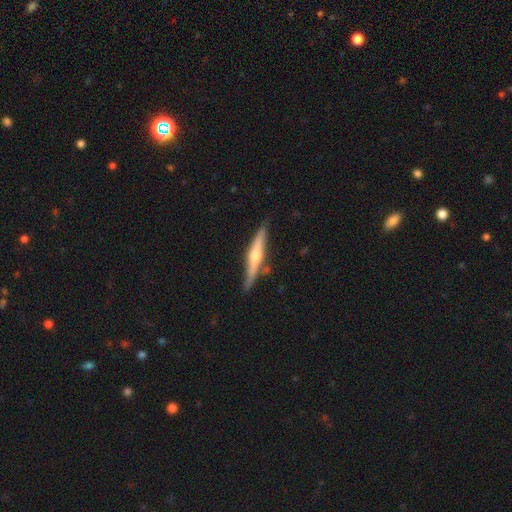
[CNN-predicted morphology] smooth_or_featured: featured or disk (p=0.70) [alt: smooth p=0.25]
disk_edge_on: yes (p=0.96) [alt: no p=0.04]
edge_on_bulge: rounded (p=0.88) [alt: none p=0.07]
merging: none (p=0.81) [alt: minor disturbance p=0.13]